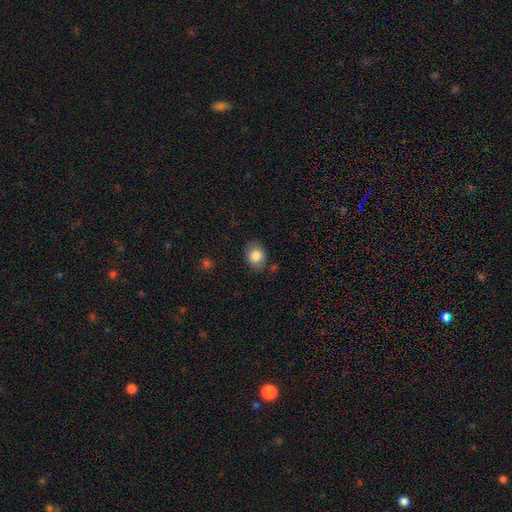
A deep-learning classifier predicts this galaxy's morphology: A smooth galaxy with no disk features (83%) that is in between round and cigar-shaped (62%). Merging: none (80%).